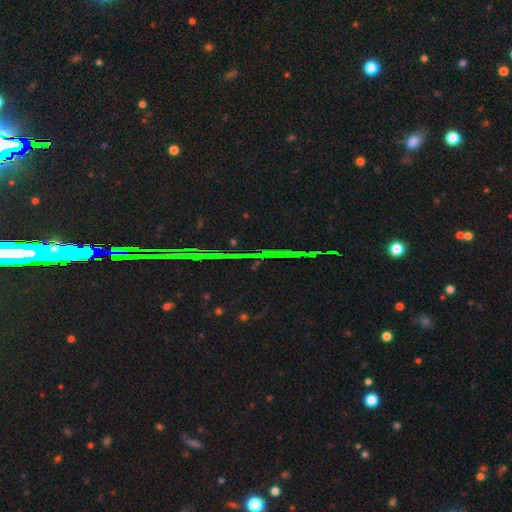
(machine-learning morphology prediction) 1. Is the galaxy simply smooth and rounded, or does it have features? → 80% star or artifact, 11% featured or disk, 9% smooth.